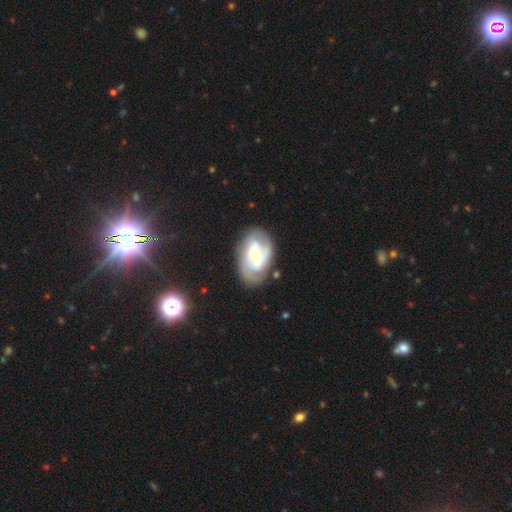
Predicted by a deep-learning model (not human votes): This is likely a featured or disk galaxy (79%). It is clearly not viewed edge-on (97%). Bar: possibly no (53%). Spiral arm pattern: clearly yes (90%). Spiral arm count: possibly 2 (53%). Spiral winding: possibly tight (54%). Central bulge: possibly small (53%). Merging: likely none (71%).